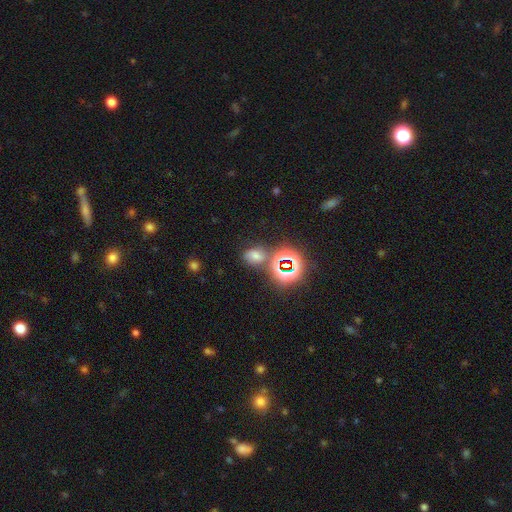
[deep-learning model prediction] The model was most divided on "smooth or featured": smooth: 52%, star or artifact: 37%, featured or disk: 11%. More confident: how rounded — in between (68%); merging — none (64%).